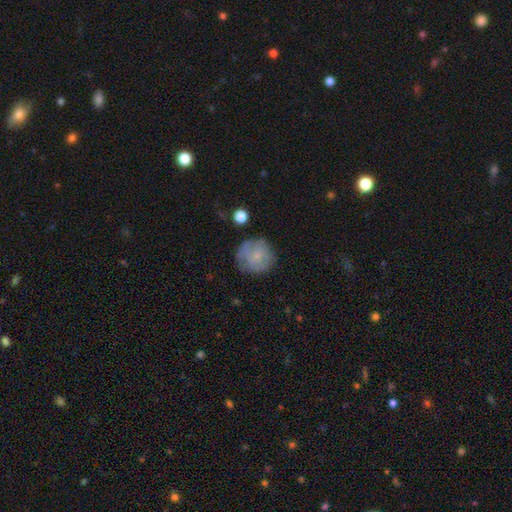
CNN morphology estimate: Q: Smooth or featured?
A: smooth (57%); runner-up: featured or disk (35%)
Q: How rounded?
A: round (90%); runner-up: in between (9%)
Q: Merging?
A: none (67%); runner-up: minor disturbance (22%)